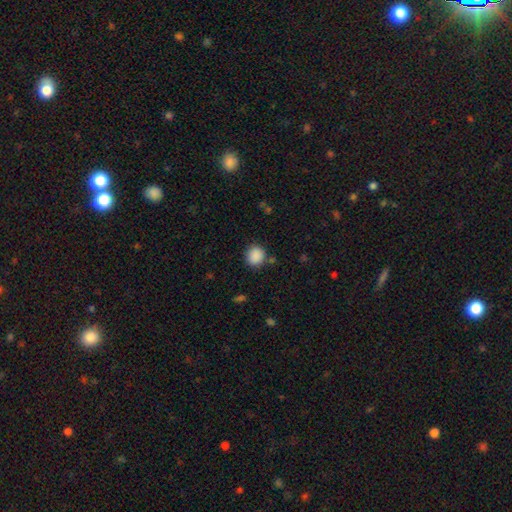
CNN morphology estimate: A smooth galaxy with no disk features (88%) that is round (84%). Merging: none (83%).